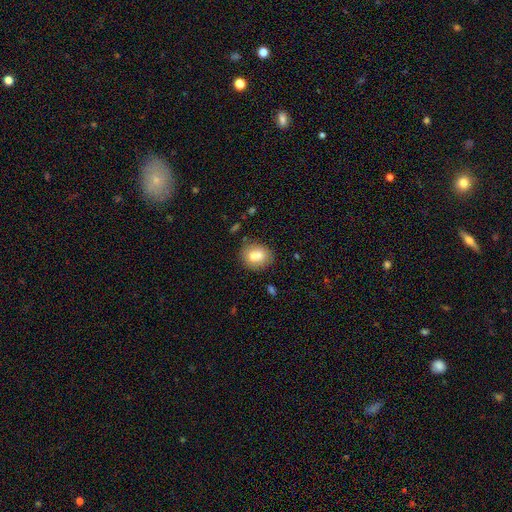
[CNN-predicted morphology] A smooth galaxy with no disk features (70%) that is round (66%). Merging: none (52%).